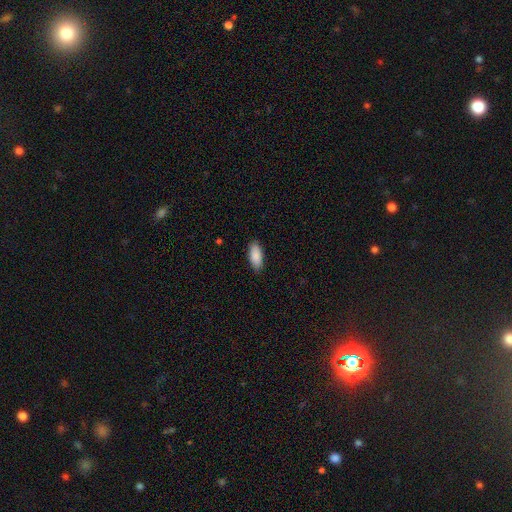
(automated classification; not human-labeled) smooth 89%, star or artifact 6%, featured or disk 5%. Down the decision tree: how rounded — in between (83%); merging — none (88%).